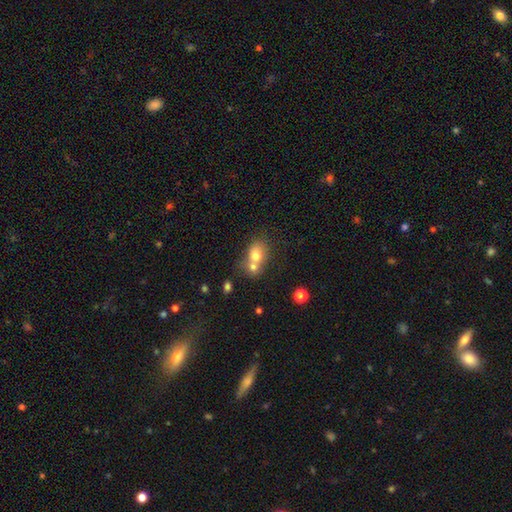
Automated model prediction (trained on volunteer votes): This is likely a smooth galaxy (73%). How rounded: possibly round (50%). Merging: possibly merger (58%).